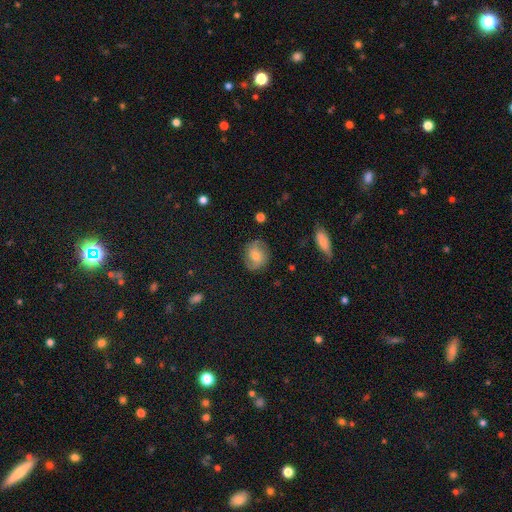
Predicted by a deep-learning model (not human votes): Smooth or featured? Predicted: featured or disk (p=0.56). Edge-on disk? Predicted: no (p=0.97). Bar? Predicted: no (p=0.60). Spiral arms? Predicted: yes (p=0.89). Bulge size? Predicted: moderate (p=0.59). Merging? Predicted: none (p=0.80).